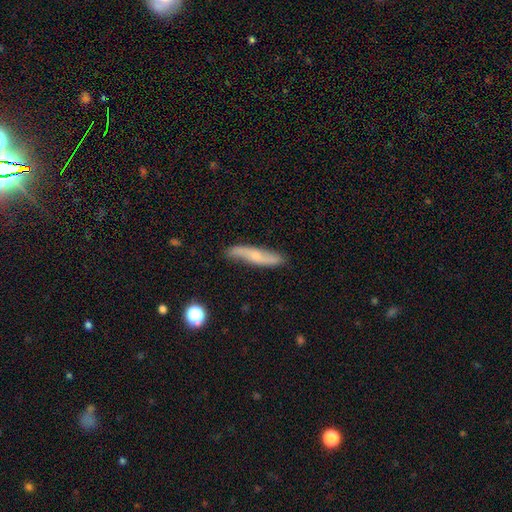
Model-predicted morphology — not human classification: Q: Smooth or featured?
A: featured or disk (54%); runner-up: smooth (39%)
Q: Edge-on disk?
A: no (55%); runner-up: yes (45%)
Q: Merging?
A: none (80%); runner-up: minor disturbance (15%)